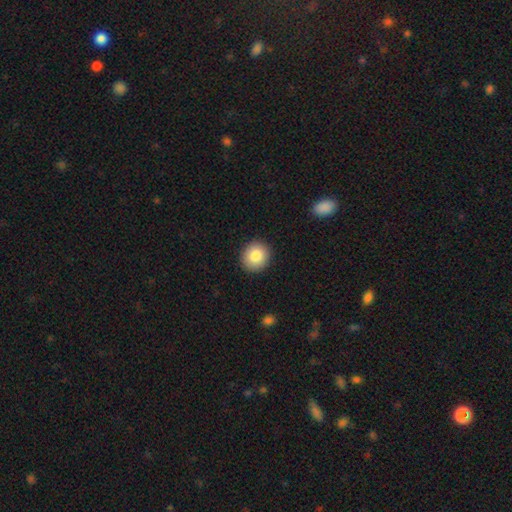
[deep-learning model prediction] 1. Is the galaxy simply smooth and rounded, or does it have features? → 85% smooth, 8% star or artifact, 7% featured or disk.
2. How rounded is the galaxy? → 86% round, 13% in between, 1% cigar-shaped.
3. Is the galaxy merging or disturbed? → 91% none, 6% minor disturbance, 2% major disturbance, 1% merger.